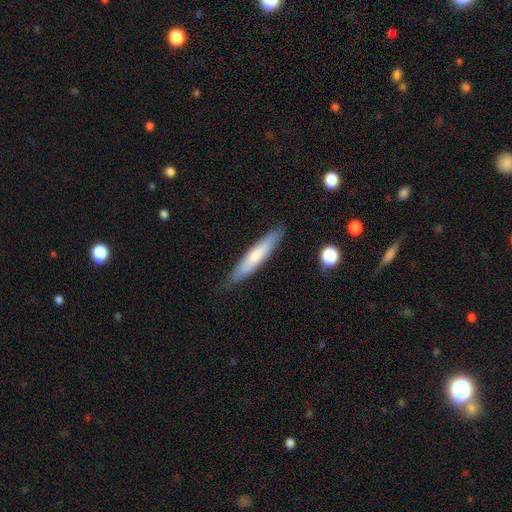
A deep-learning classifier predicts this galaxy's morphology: type=smooth (66%); roundness=cigar-shaped (90%); merging=none (86%).